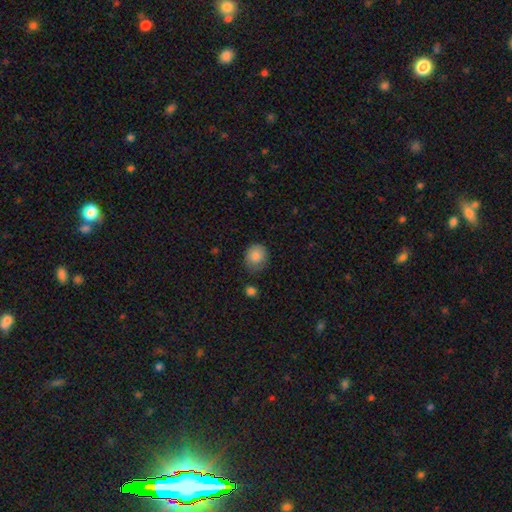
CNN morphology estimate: Overall: smooth (86%). How rounded: round (76%). Merging: none (74%).